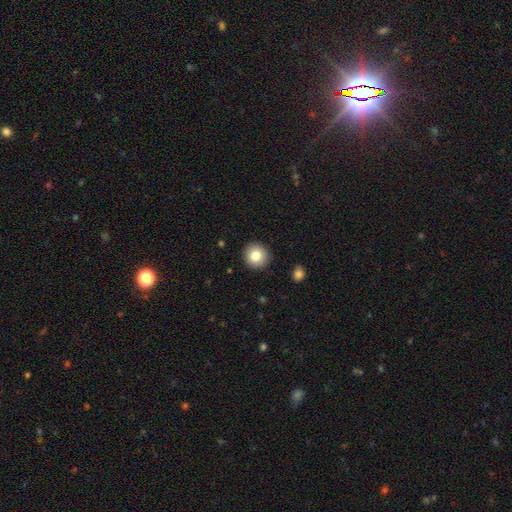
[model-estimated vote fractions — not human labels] smooth-or-featured: smooth: 82% | star or artifact: 9% | featured or disk: 9%
  how-rounded: round: 92% | in between: 7% | cigar-shaped: 1%
  merging: none: 91% | minor disturbance: 6% | major disturbance: 2% | merger: 1%